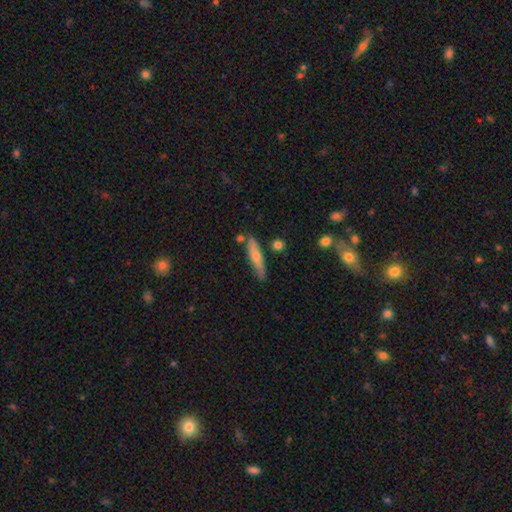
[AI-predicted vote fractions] smooth_or_featured: smooth (p=0.57) [alt: featured or disk p=0.36]
how_rounded: cigar-shaped (p=0.87) [alt: in between p=0.11]
merging: none (p=0.79) [alt: minor disturbance p=0.13]